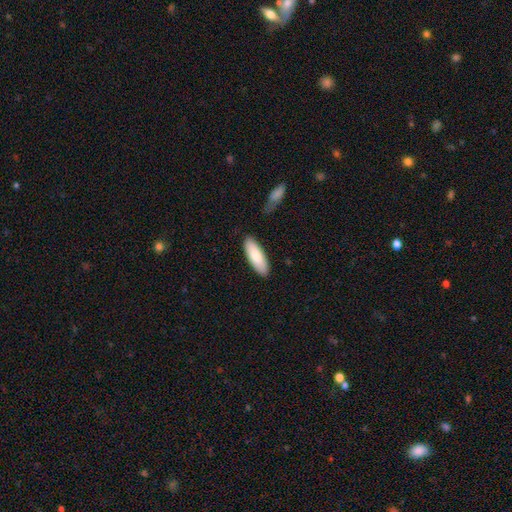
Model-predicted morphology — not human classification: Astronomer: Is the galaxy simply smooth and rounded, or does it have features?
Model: smooth — 81%.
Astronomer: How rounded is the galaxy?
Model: in between — 63%.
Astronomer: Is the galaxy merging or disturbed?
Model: none — 85%.